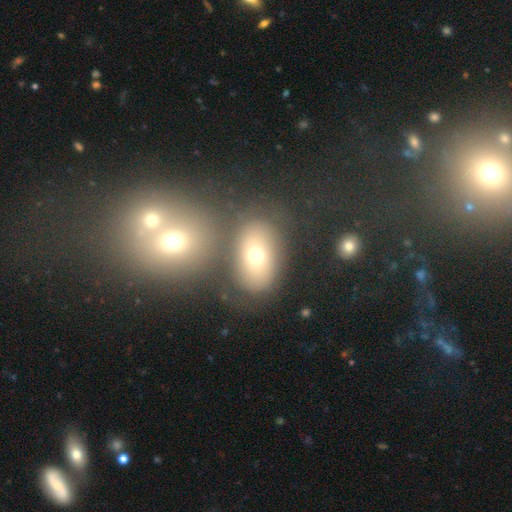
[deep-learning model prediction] Smooth or featured: smooth — 65% (featured or disk — 23%)
How rounded: in between — 74% (round — 24%)
Merging: none — 60% (merger — 20%)